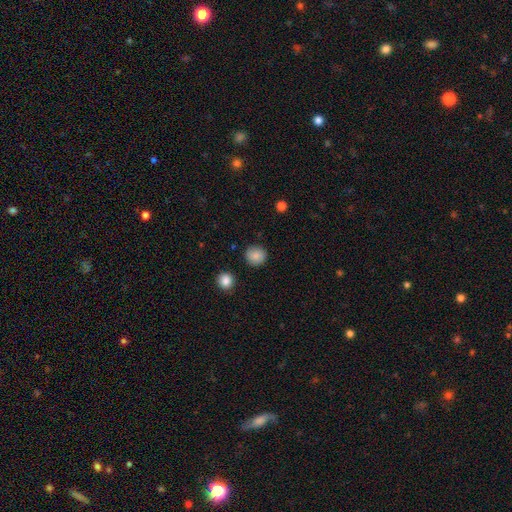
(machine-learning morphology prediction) Smooth or featured? smooth (86%)
How rounded? round (92%)
Merging? none (89%)